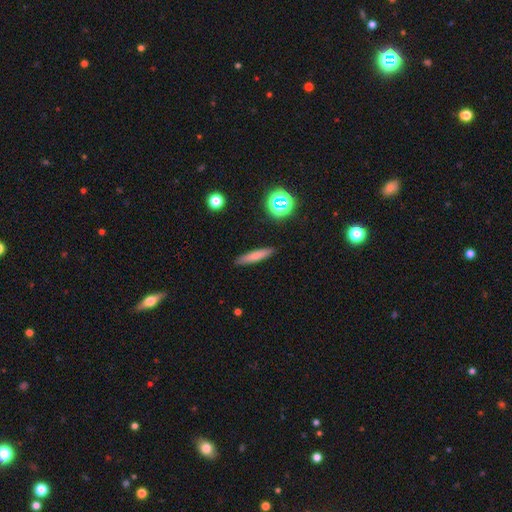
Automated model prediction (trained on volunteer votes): Smooth or featured?
  - smooth: 70% *
  - featured or disk: 20%
  - star or artifact: 10%
How rounded?
  - cigar-shaped: 87% *
  - in between: 11%
  - round: 2%
Merging?
  - none: 90% *
  - minor disturbance: 7%
  - major disturbance: 2%
  - merger: 1%